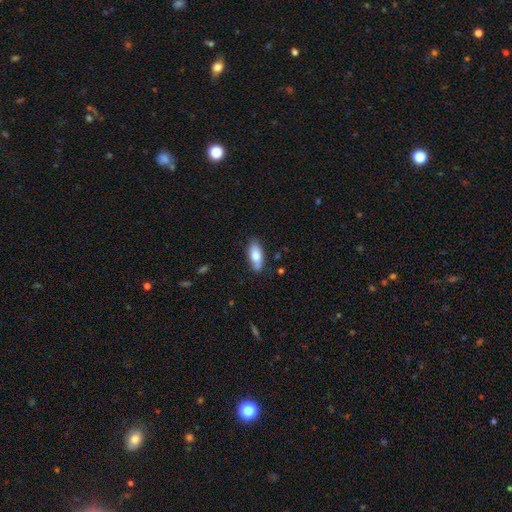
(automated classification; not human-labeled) Q: Smooth or featured?
A: smooth (77%); runner-up: featured or disk (16%)
Q: How rounded?
A: in between (85%); runner-up: cigar-shaped (13%)
Q: Merging?
A: none (75%); runner-up: minor disturbance (18%)